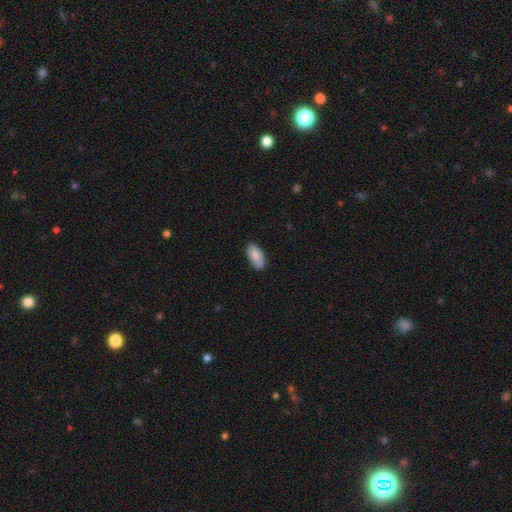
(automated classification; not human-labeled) This appears to be a smooth galaxy with no disk features (88%) that is in between round and cigar-shaped (91%). Merging: none (82%).